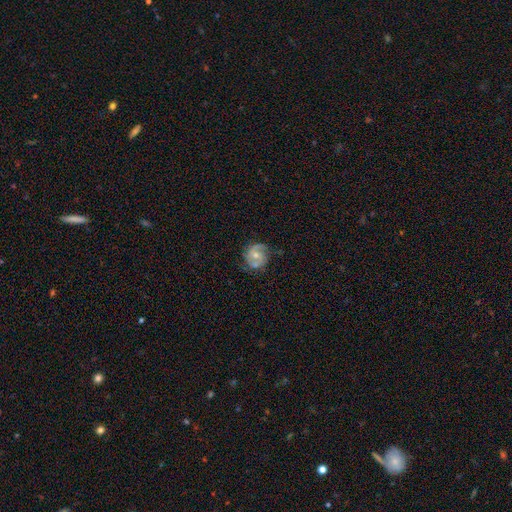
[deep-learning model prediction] Morphology: type=featured or disk (80%); edge-on=no (98%); bar=no (56%); spiral arms=yes (94%); winding=medium (47%); arm count=2 (87%); bulge=moderate (60%); merging=none (73%).